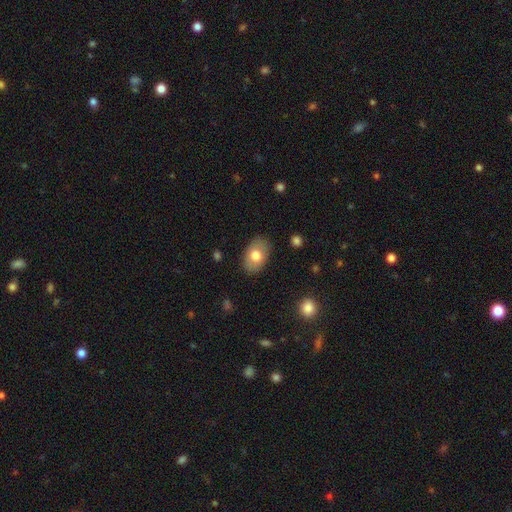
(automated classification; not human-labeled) The model was most divided on "smooth or featured": smooth: 75%, featured or disk: 18%, star or artifact: 7%. More confident: how rounded — in between (87%); merging — none (85%).